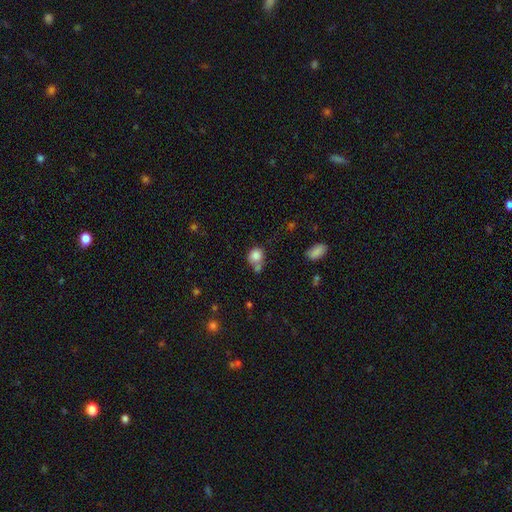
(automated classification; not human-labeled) The model was most divided on "merging": none: 46%, merger: 31%, minor disturbance: 17%, major disturbance: 7%. More confident: smooth or featured — smooth (83%); how rounded — round (72%).